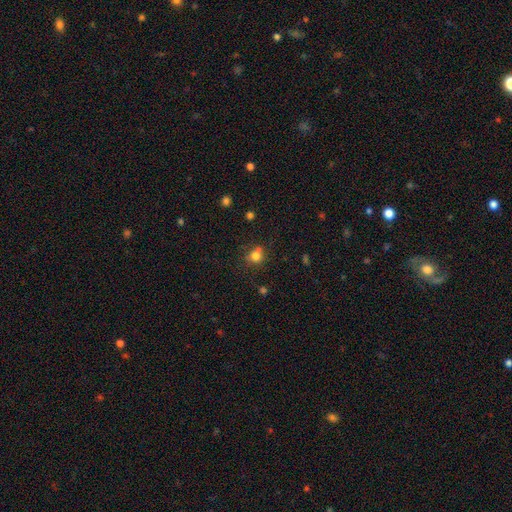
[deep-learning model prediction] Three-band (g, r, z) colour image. It shows a smooth galaxy with no disk features (78%) that is round (78%). Merging: none (61%).